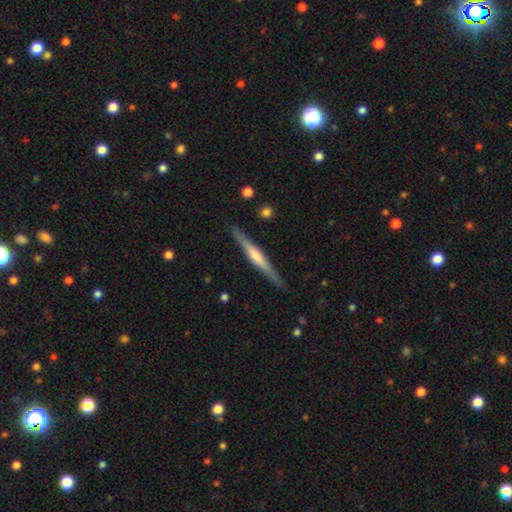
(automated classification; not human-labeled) The model was most divided on "edge-on bulge": rounded: 67%, none: 17%, boxy: 16%. More confident: edge-on disk — yes (98%); merging — none (90%); smooth or featured — featured or disk (73%).